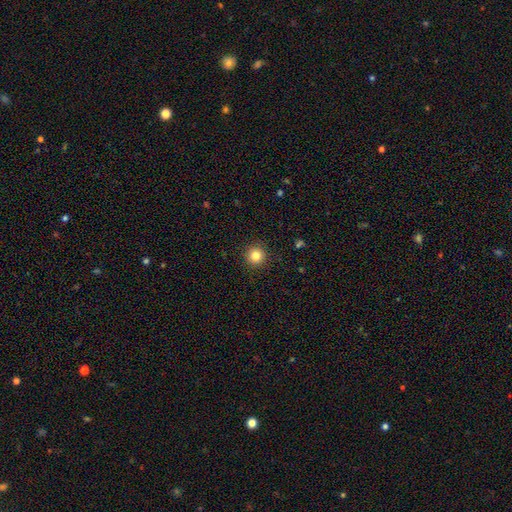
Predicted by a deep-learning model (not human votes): A smooth galaxy with no disk features (83%) that is round (96%). Merging: none (92%).